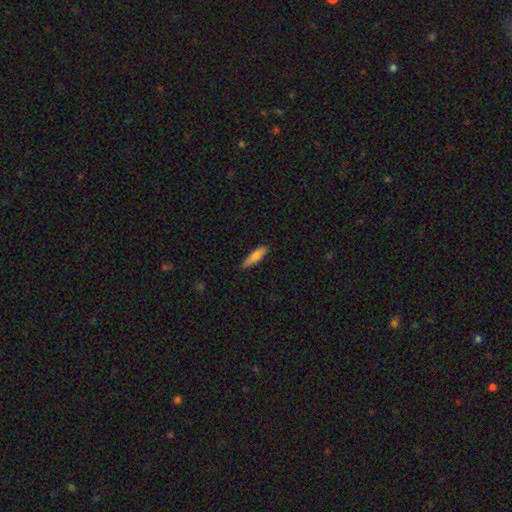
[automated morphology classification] Overall: smooth (77%). How rounded: cigar-shaped (68%; in between 30%). Merging: none (77%).